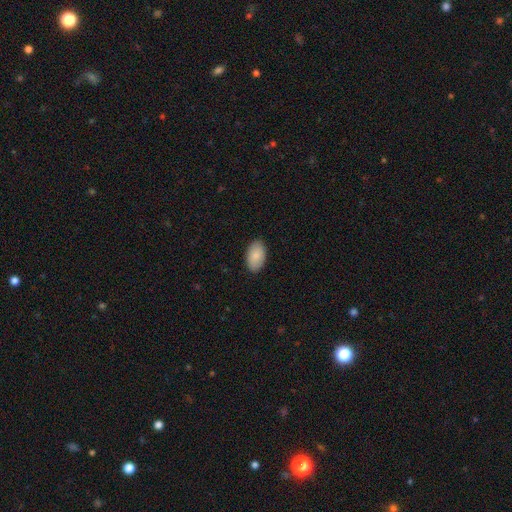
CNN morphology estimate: This is clearly a smooth galaxy (87%). How rounded: clearly in between (94%). Merging: clearly none (88%).